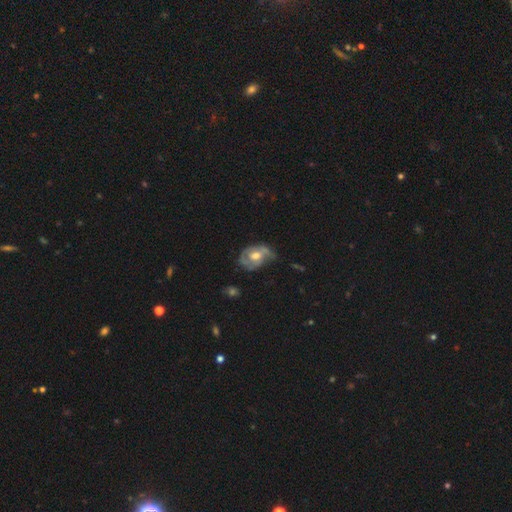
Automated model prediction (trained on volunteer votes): smooth-or-featured: featured or disk: 65% | smooth: 28% | star or artifact: 6%
  disk-edge-on: no: 96% | yes: 4%
    bar: no: 70% | weak: 25% | strong: 5%
    has-spiral-arms: yes: 73% | no: 27%
    bulge-size: moderate: 63% | large: 25% | small: 9% | none: 2% | dominant: 1%
  merging: none: 39% | minor disturbance: 33% | major disturbance: 23% | merger: 5%